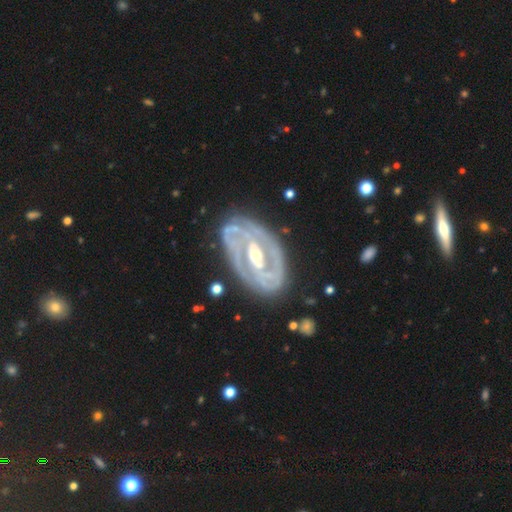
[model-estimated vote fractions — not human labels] Smooth or featured? Predicted: featured or disk (p=0.89). Edge-on disk? Predicted: no (p=0.96). Bar? Predicted: weak (p=0.36). Spiral arms? Predicted: yes (p=0.90). Spiral winding? Predicted: tight (p=0.65). Spiral arm count? Predicted: 2 (p=0.47). Bulge size? Predicted: moderate (p=0.65). Merging? Predicted: none (p=0.71).